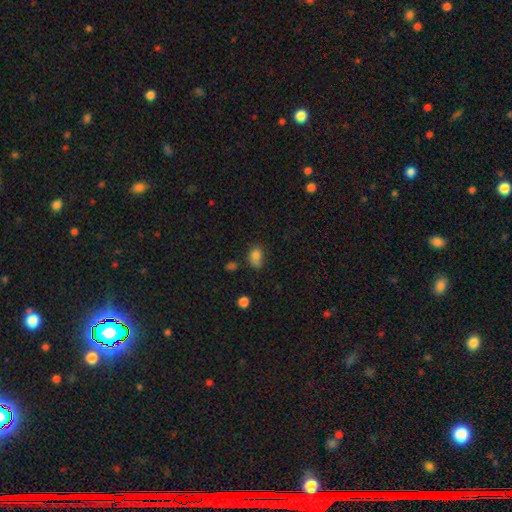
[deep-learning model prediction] Smooth or featured? Predicted: smooth (p=0.80). How rounded? Predicted: in between (p=0.67). Merging? Predicted: none (p=0.46).